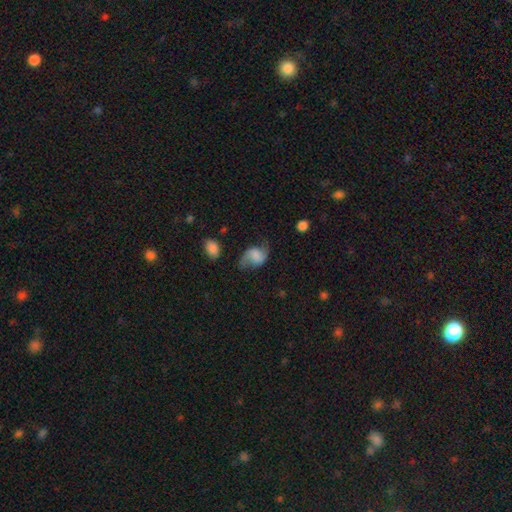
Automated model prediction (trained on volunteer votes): Smooth or featured? featured or disk (50%)
Merging? none (51%)